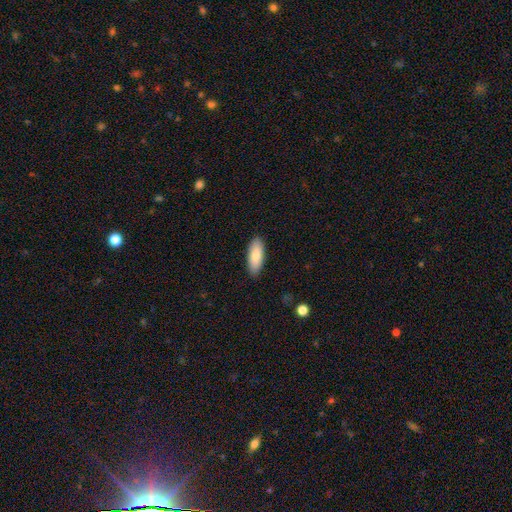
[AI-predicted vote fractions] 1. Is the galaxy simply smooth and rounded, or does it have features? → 83% smooth, 12% featured or disk, 6% star or artifact.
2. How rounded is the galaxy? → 75% in between, 23% cigar-shaped, 2% round.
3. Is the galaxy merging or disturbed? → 89% none, 8% minor disturbance, 2% major disturbance, 1% merger.